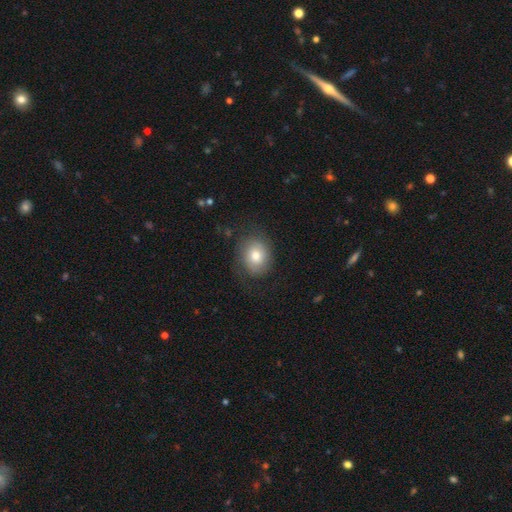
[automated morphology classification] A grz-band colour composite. It shows a smooth galaxy with no disk features (67%) that is round (56%). Merging: none (71%).